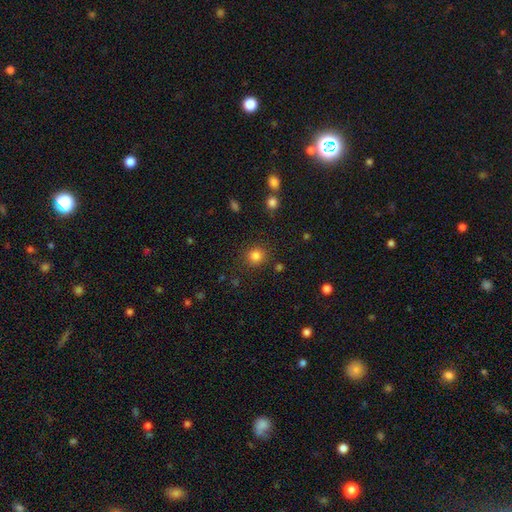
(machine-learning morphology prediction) Smooth or featured?
  - smooth: 83% *
  - star or artifact: 13%
  - featured or disk: 5%
How rounded?
  - round: 88% *
  - in between: 11%
  - cigar-shaped: 1%
Merging?
  - none: 86% *
  - minor disturbance: 8%
  - major disturbance: 3%
  - merger: 2%